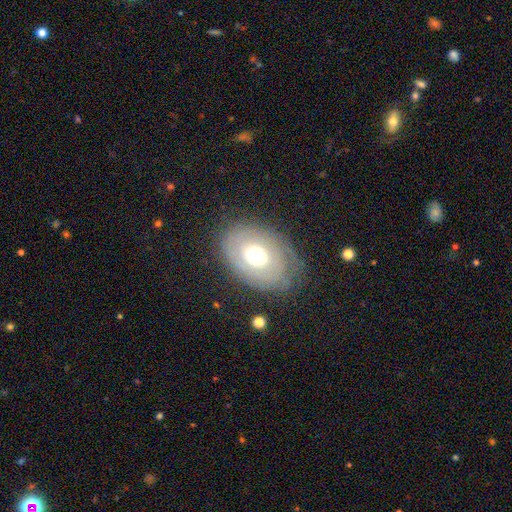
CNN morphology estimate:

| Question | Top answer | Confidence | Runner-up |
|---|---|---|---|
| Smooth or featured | featured or disk | 49% | smooth (43%) |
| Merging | none | 71% | minor disturbance (19%) |